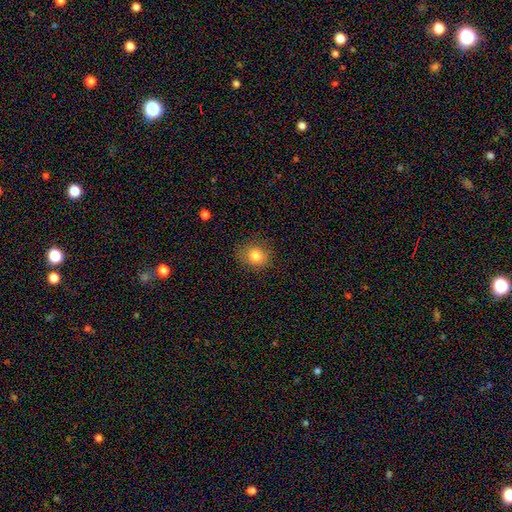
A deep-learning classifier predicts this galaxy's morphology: Q: Smooth or featured?
A: smooth (82%); runner-up: star or artifact (11%)
Q: How rounded?
A: round (73%); runner-up: in between (26%)
Q: Merging?
A: none (85%); runner-up: minor disturbance (11%)